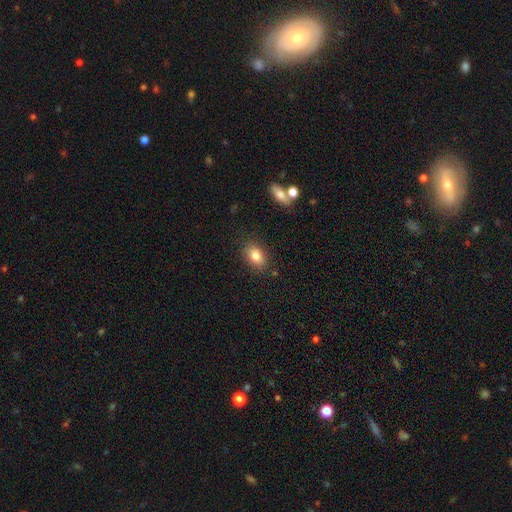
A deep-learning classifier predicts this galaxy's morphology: A smooth galaxy with no disk features (82%) that is in between round and cigar-shaped (78%).

Vote fractions:
- Smooth or featured? smooth: 82% / featured or disk: 9% / star or artifact: 9%
- How rounded? in between: 78% / round: 20% / cigar-shaped: 2%
- Merging? none: 84% / minor disturbance: 10% / major disturbance: 3% / merger: 3%